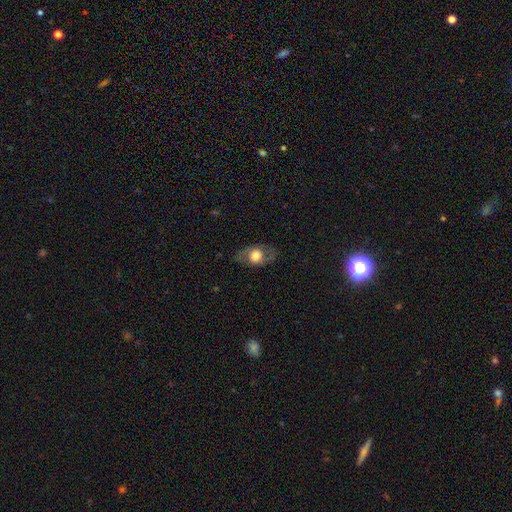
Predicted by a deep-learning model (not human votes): Smooth or featured: featured or disk — 48% (smooth — 45%)
Merging: none — 78% (minor disturbance — 14%)